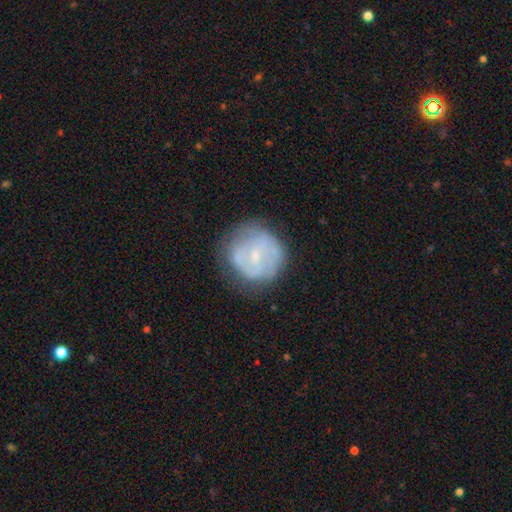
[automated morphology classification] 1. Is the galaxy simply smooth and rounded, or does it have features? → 51% featured or disk, 41% smooth, 8% star or artifact.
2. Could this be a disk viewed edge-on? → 97% no, 3% yes.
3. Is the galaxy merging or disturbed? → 66% none, 22% minor disturbance, 10% major disturbance, 2% merger.